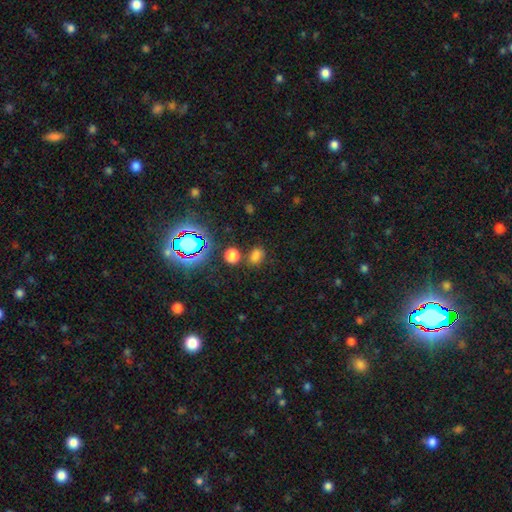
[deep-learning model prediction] This appears to be a smooth galaxy with no disk features (69%) that is in between round and cigar-shaped (60%). Merging: none (69%).